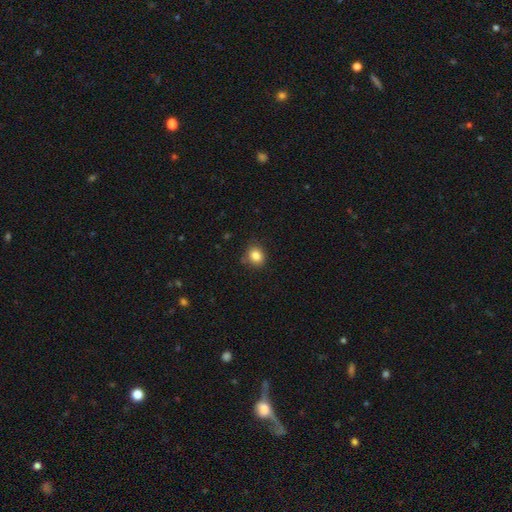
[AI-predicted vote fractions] A smooth galaxy with no disk features (85%) that is round (68%).

Vote fractions:
- Smooth or featured? smooth: 85% / star or artifact: 10% / featured or disk: 5%
- How rounded? round: 68% / in between: 31% / cigar-shaped: 1%
- Merging? none: 81% / minor disturbance: 14% / major disturbance: 3% / merger: 2%